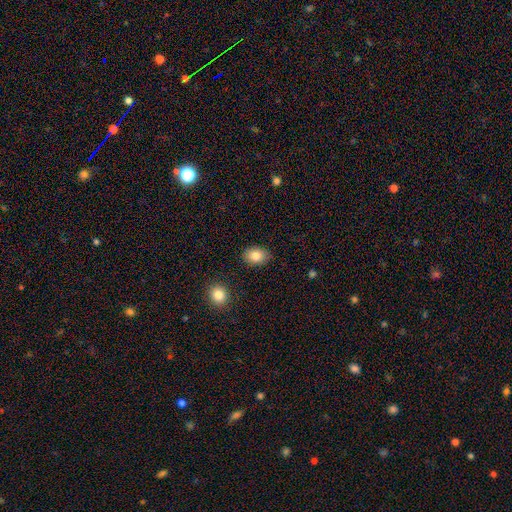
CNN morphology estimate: This appears to be a smooth galaxy with no disk features (83%) that is in between round and cigar-shaped (71%). Merging: none (87%).